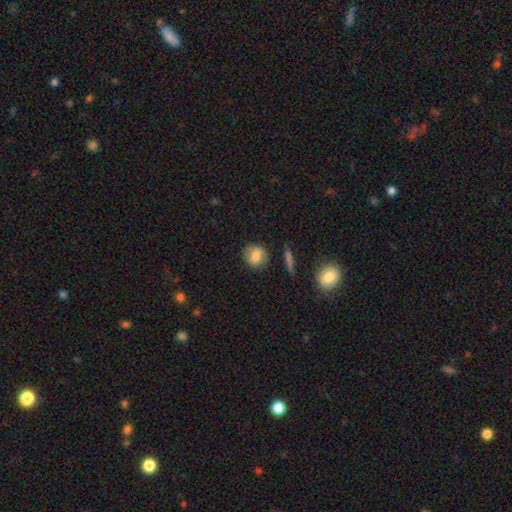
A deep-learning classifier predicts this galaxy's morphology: The model was most divided on "how rounded": round: 78%, in between: 20%, cigar-shaped: 2%. More confident: merging — none (81%); smooth or featured — smooth (79%).